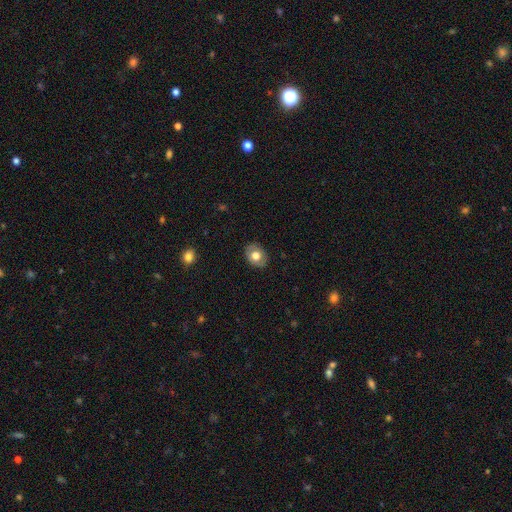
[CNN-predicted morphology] smooth-or-featured: smooth: 67% | featured or disk: 25% | star or artifact: 7%
  how-rounded: in between: 59% | round: 40% | cigar-shaped: 1%
  merging: none: 85% | minor disturbance: 11% | major disturbance: 3% | merger: 1%